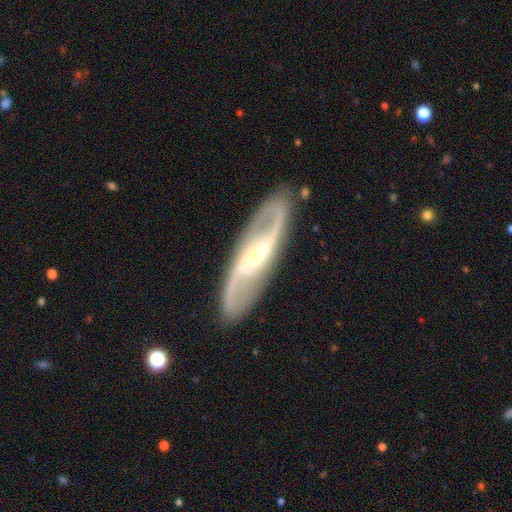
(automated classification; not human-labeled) Smooth or featured: featured or disk — 88% (smooth — 7%)
Edge-on disk: no — 90% (yes — 10%)
Bar: strong — 45% (weak — 38%)
Spiral arms: yes — 97% (no — 3%)
Spiral winding: loose — 44% (medium — 43%)
Spiral arm count: 2 — 93% (can't tell — 2%)
Bulge size: small — 49% (moderate — 34%)
Merging: none — 85% (minor disturbance — 10%)